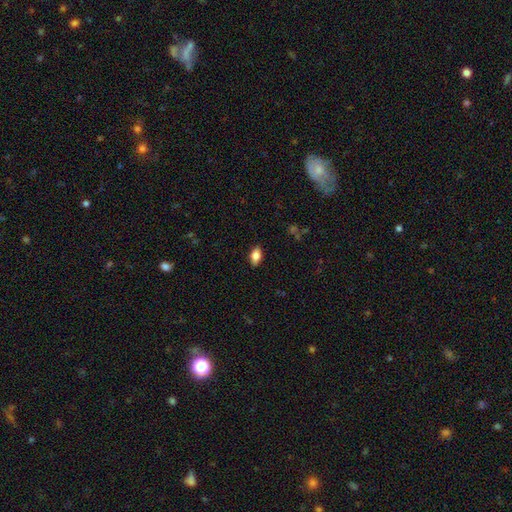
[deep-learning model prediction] Smooth or featured?
  - smooth: 81% *
  - featured or disk: 11%
  - star or artifact: 8%
How rounded?
  - in between: 90% *
  - round: 6%
  - cigar-shaped: 5%
Merging?
  - none: 87% *
  - minor disturbance: 10%
  - major disturbance: 2%
  - merger: 1%